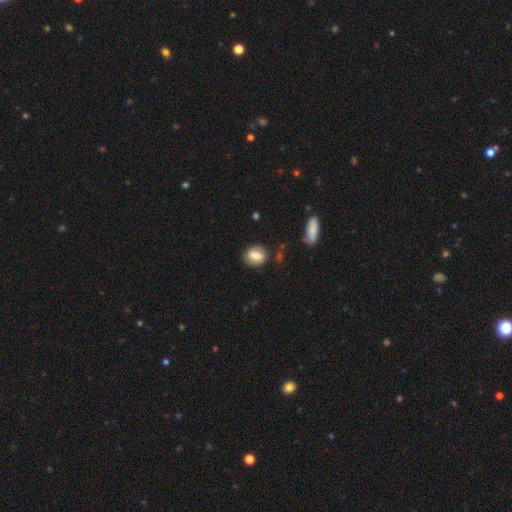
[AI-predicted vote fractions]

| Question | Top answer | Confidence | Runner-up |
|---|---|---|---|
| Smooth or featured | smooth | 73% | featured or disk (19%) |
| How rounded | in between | 59% | round (38%) |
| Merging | none | 77% | minor disturbance (15%) |